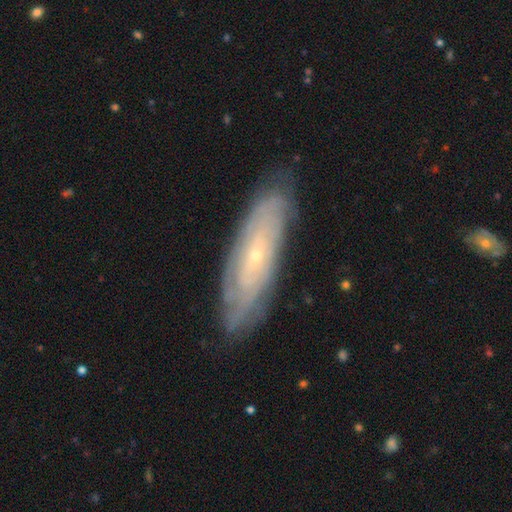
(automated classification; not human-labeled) This is likely a featured or disk galaxy (76%). It is clearly not viewed edge-on (80%). Bar: likely no (75%). Spiral arm pattern: clearly yes (87%). Spiral arm count: likely can't tell (63%). Spiral winding: likely tight (79%). Central bulge: clearly small (85%). Merging: clearly none (82%).